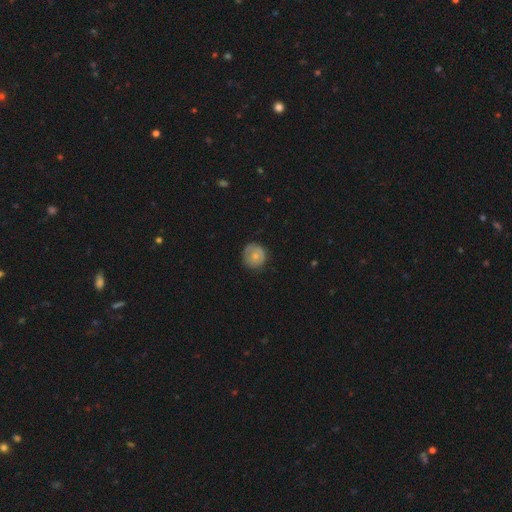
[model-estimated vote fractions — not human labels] Morphology: type=smooth (67%); roundness=round (91%); merging=none (76%).